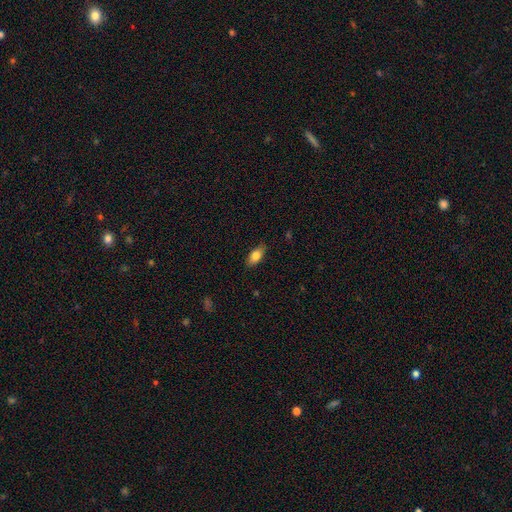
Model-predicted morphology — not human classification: Smooth or featured: smooth — 80% (featured or disk — 13%)
How rounded: in between — 86% (cigar-shaped — 11%)
Merging: none — 85% (minor disturbance — 11%)